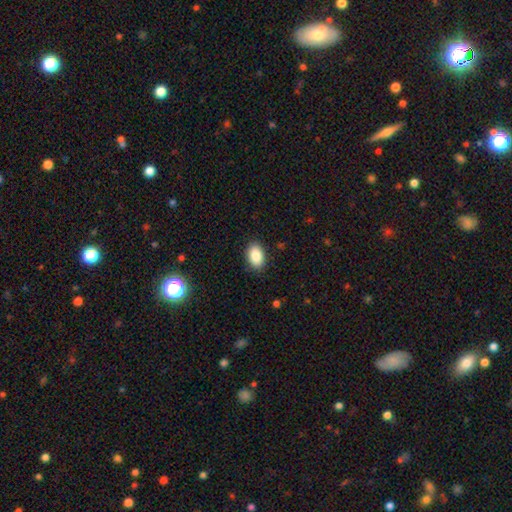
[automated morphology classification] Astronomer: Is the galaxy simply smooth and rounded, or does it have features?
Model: smooth — 87%.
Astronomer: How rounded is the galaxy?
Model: in between — 90%.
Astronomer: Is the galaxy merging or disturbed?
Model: none — 89%.